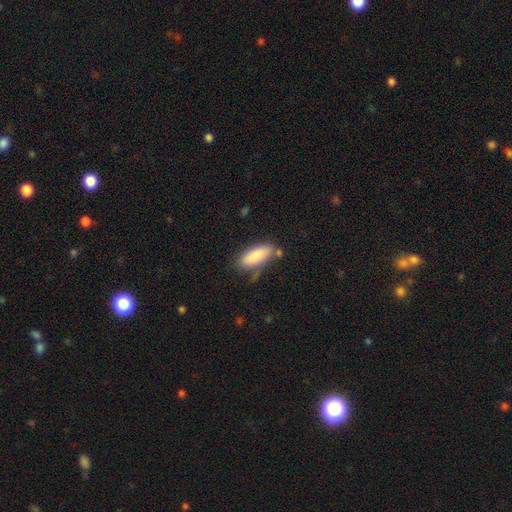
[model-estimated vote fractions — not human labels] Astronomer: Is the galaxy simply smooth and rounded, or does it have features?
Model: smooth — 86%.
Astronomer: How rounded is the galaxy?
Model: in between — 72%.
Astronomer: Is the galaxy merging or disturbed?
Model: none — 65%.